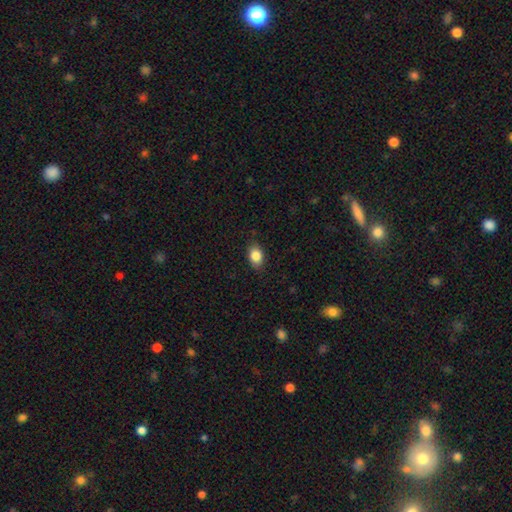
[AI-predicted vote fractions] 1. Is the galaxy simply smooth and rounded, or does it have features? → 84% smooth, 8% star or artifact, 7% featured or disk.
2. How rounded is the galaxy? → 80% in between, 19% round, 2% cigar-shaped.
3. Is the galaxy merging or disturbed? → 85% none, 11% minor disturbance, 2% major disturbance, 1% merger.